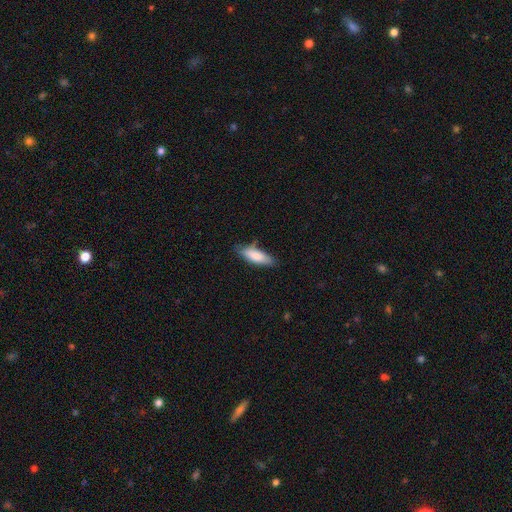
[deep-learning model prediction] This is clearly a smooth galaxy (82%). How rounded: possibly in between (58%). Merging: likely none (71%).